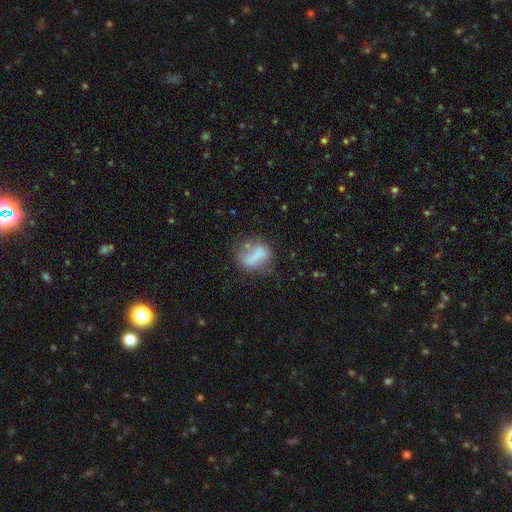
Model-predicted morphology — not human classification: Smooth or featured: smooth — 63% (featured or disk — 26%)
How rounded: in between — 53% (round — 41%)
Merging: none — 43% (minor disturbance — 24%)